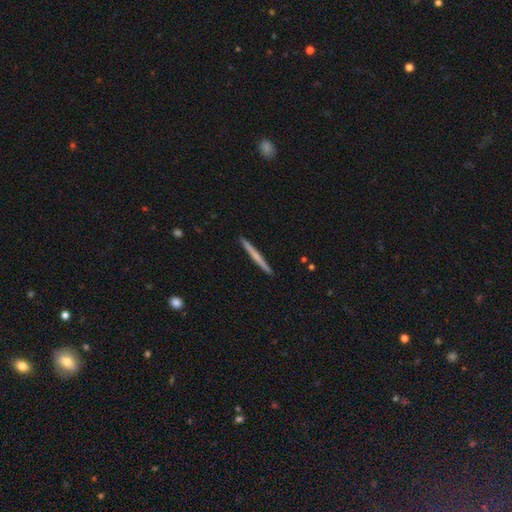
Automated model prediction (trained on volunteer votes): A smooth galaxy with no disk features (53%) that is cigar-shaped (97%). Merging: none (93%).